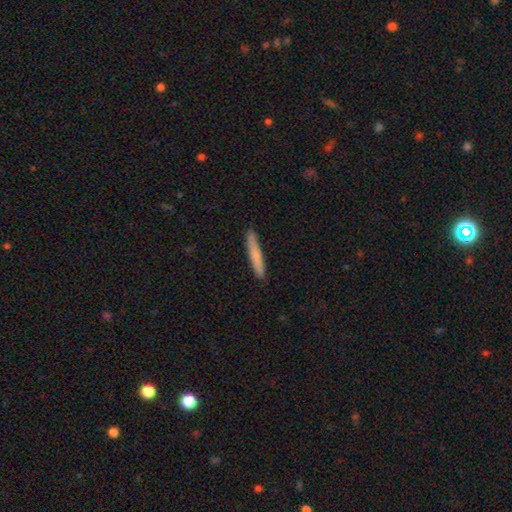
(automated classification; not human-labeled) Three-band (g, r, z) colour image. It shows a smooth galaxy with no disk features (75%) that is cigar-shaped (95%). Merging: none (89%).